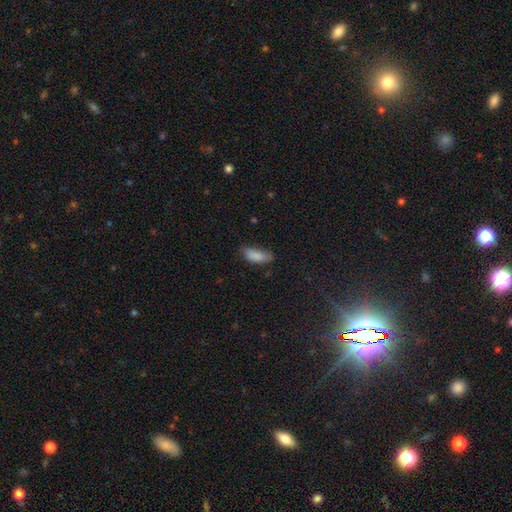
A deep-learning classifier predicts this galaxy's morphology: Smooth or featured? Predicted: smooth (p=0.86). How rounded? Predicted: in between (p=0.74). Merging? Predicted: none (p=0.58).